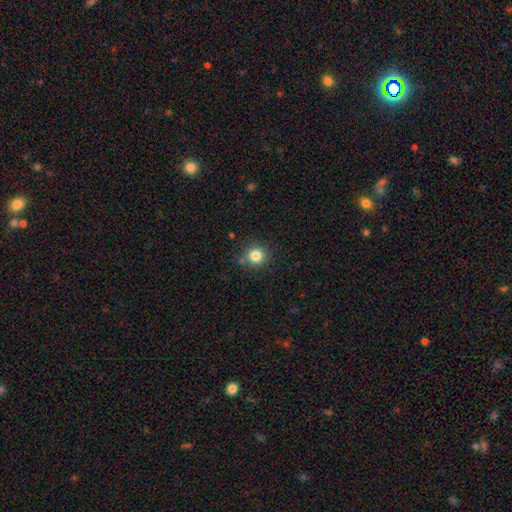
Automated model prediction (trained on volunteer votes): Overall: smooth (82%). How rounded: round (92%). Merging: none (83%).